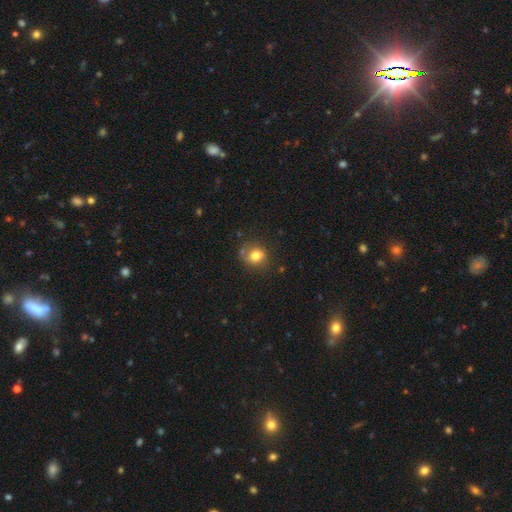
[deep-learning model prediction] This appears to be a smooth galaxy with no disk features (75%) that is round (64%). Merging: none (65%).